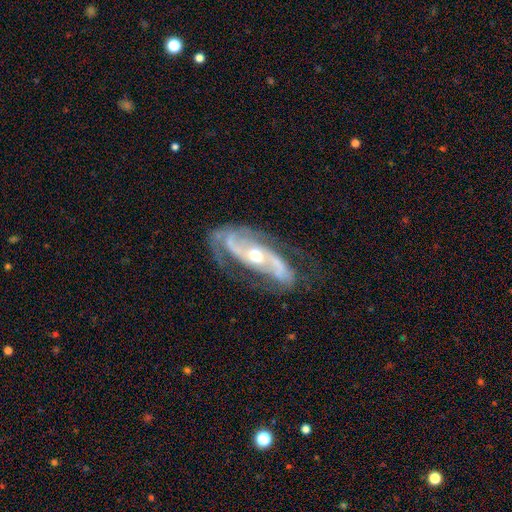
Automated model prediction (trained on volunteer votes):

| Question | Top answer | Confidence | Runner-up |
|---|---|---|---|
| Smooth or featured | featured or disk | 88% | smooth (6%) |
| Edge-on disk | no | 92% | yes (8%) |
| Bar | no | 48% | weak (26%) |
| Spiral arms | yes | 95% | no (5%) |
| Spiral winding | medium | 47% | tight (27%) |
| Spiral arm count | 2 | 82% | can't tell (7%) |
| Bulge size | moderate | 64% | small (28%) |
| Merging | none | 63% | minor disturbance (20%) |